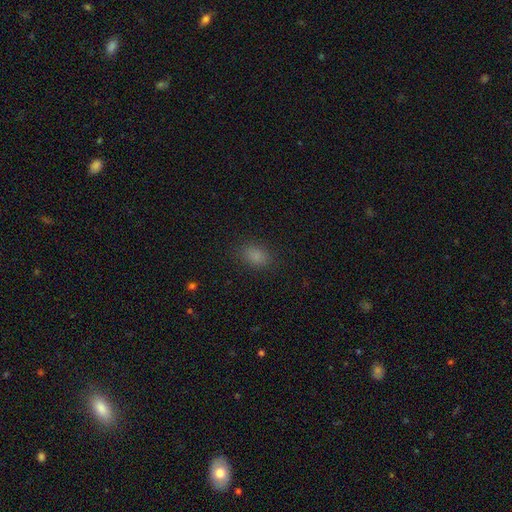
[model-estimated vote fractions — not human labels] This is clearly a smooth galaxy (82%). How rounded: clearly in between (81%). Merging: clearly none (84%).